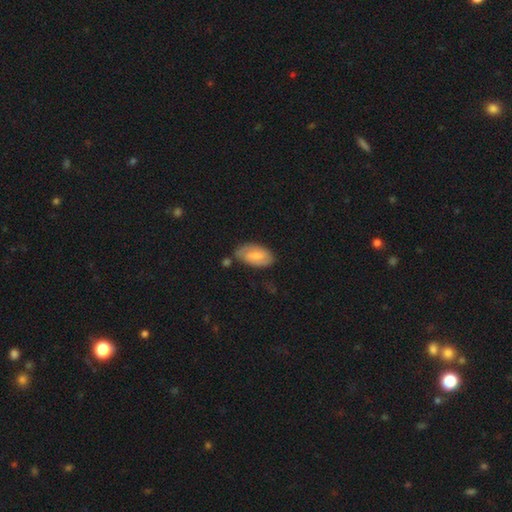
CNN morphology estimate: featured or disk 50%, smooth 44%, star or artifact 6%. Down the decision tree: merging — none (65%).